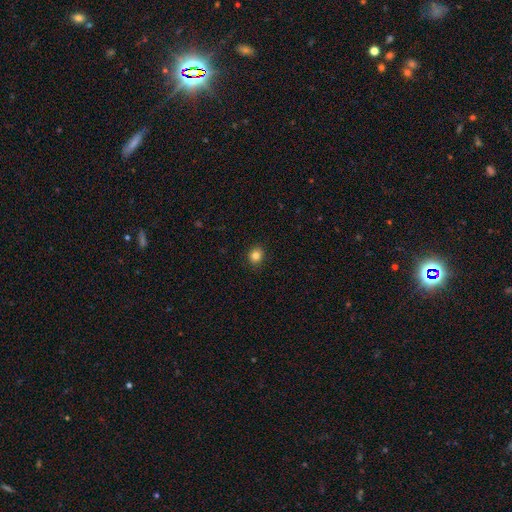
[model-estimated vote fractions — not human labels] smooth 83%, star or artifact 12%, featured or disk 5%. Down the decision tree: how rounded — round (82%); merging — none (91%).